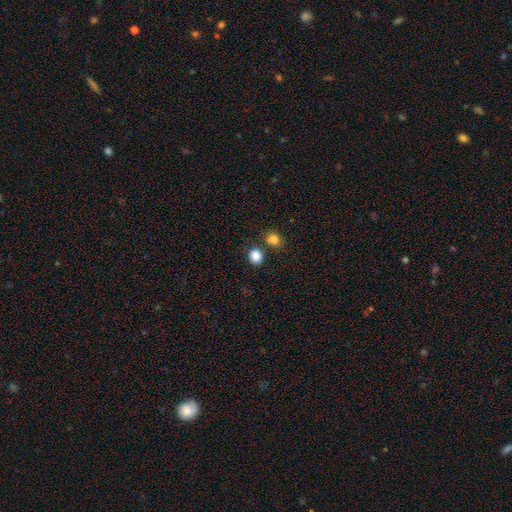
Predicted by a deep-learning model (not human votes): Morphology: type=smooth (85%); roundness=round (76%); merging=none (74%).